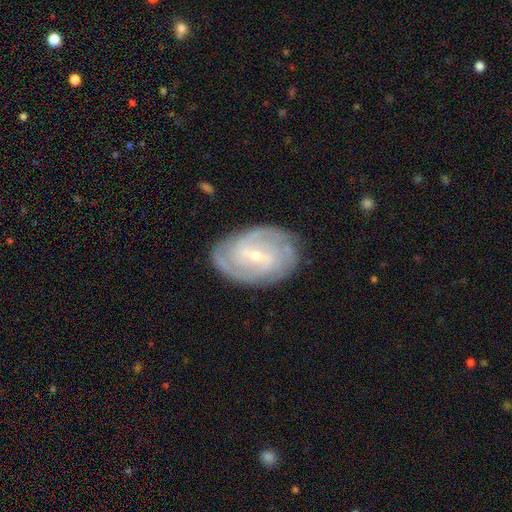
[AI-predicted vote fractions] A featured or disk galaxy (86%) with a weak bar (46%), 2 (28%) tight (60%) spiral arms (96%) and a small central bulge (71%). Merging: none (80%).